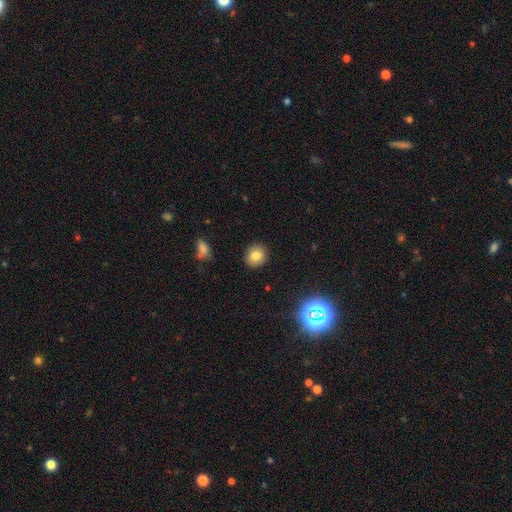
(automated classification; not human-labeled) smooth 80%, star or artifact 11%, featured or disk 8%. Down the decision tree: how rounded — round (77%); merging — none (90%).